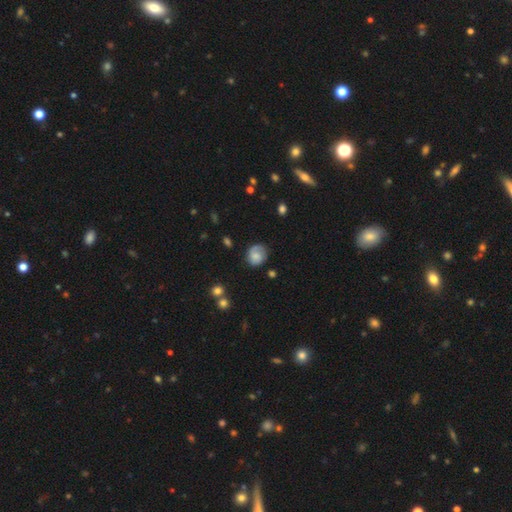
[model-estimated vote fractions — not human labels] Smooth or featured? smooth (53%)
How rounded? round (75%)
Merging? none (68%)